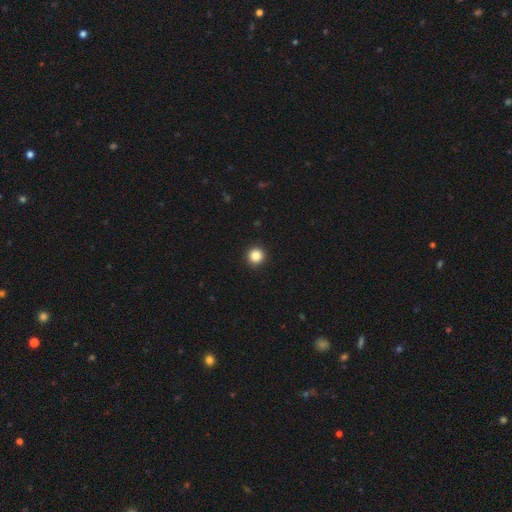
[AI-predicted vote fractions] Q: Smooth or featured?
A: smooth (84%); runner-up: star or artifact (11%)
Q: How rounded?
A: round (96%); runner-up: in between (3%)
Q: Merging?
A: none (94%); runner-up: minor disturbance (4%)